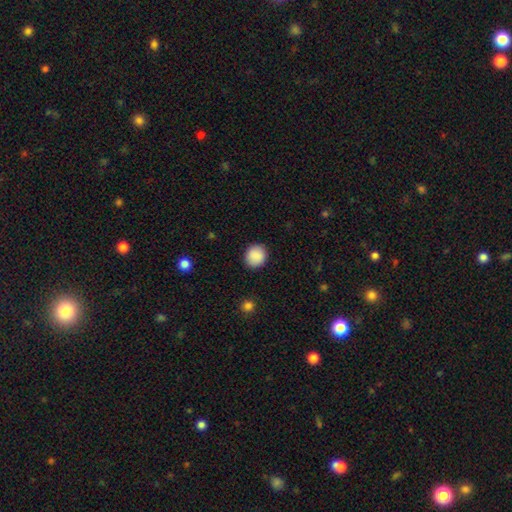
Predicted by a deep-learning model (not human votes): This appears to be a smooth galaxy with no disk features (89%) that is round (81%). Merging: none (90%).